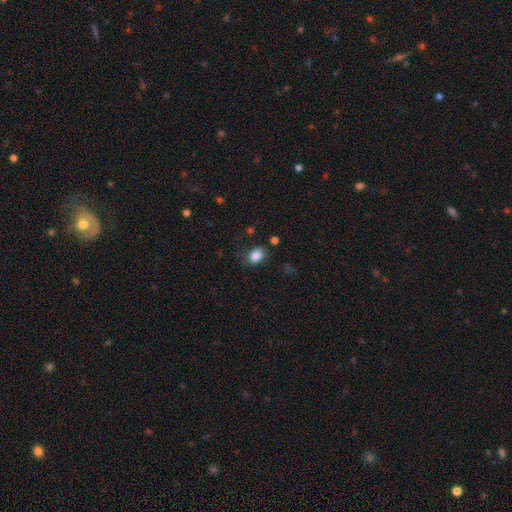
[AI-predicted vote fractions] Smooth or featured? smooth (85%)
How rounded? in between (57%)
Merging? none (75%)